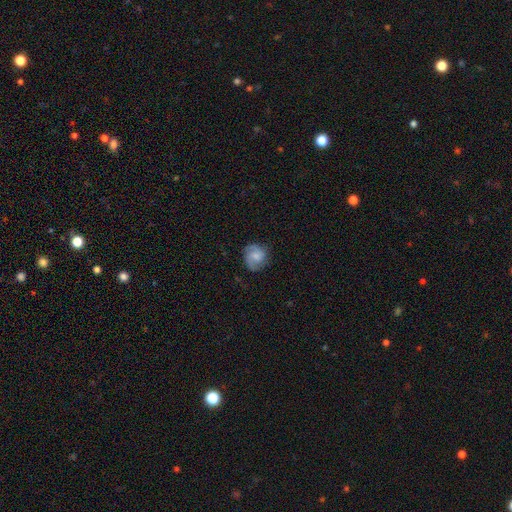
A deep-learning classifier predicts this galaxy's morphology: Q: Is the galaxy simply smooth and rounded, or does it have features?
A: featured or disk — 52%.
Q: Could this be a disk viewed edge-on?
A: no — 98%.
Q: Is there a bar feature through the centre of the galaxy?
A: no — 57%.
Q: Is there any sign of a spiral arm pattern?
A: yes — 90%.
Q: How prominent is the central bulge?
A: moderate — 36%.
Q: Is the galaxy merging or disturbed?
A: none — 73%.